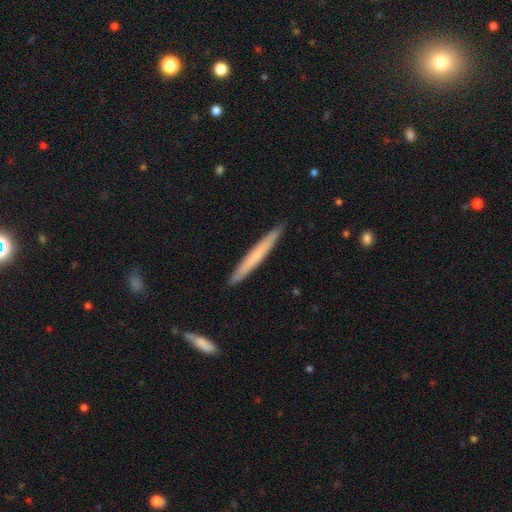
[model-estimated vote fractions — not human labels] Smooth or featured: smooth — 61% (featured or disk — 34%)
How rounded: cigar-shaped — 97% (in between — 2%)
Merging: none — 91% (minor disturbance — 7%)